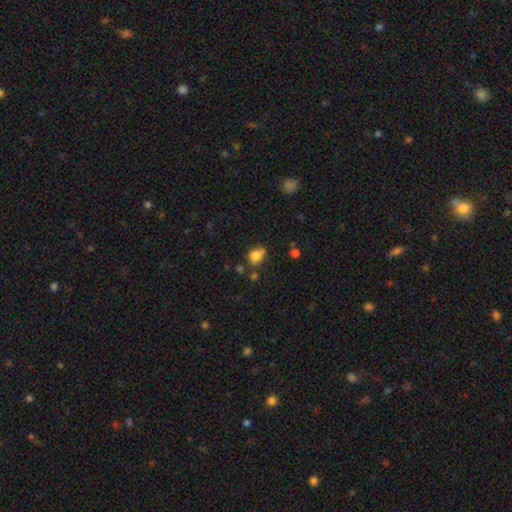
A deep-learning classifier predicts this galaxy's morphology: type=smooth (79%); roundness=in between (49%, tied with round); merging=none (51%).